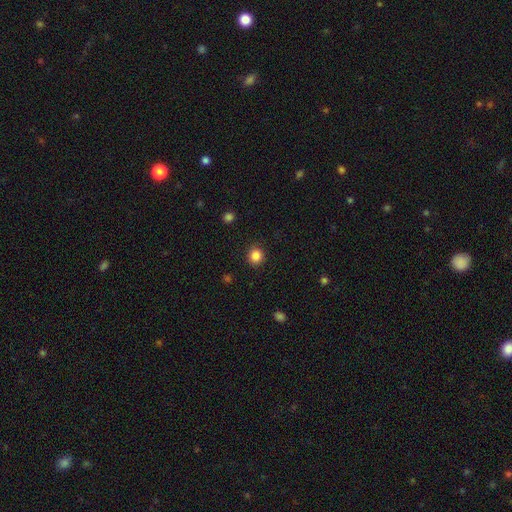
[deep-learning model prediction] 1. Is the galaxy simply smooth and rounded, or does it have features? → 85% smooth, 11% star or artifact, 4% featured or disk.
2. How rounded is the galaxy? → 89% round, 10% in between, 1% cigar-shaped.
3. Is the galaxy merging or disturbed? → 90% none, 6% minor disturbance, 2% major disturbance, 1% merger.